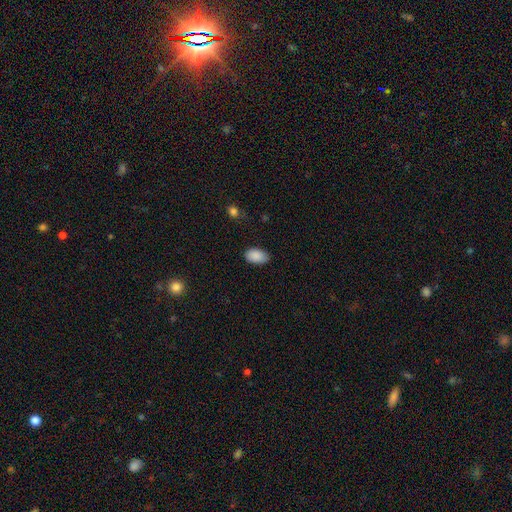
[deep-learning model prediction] Smooth or featured? smooth (89%)
How rounded? in between (93%)
Merging? none (82%)